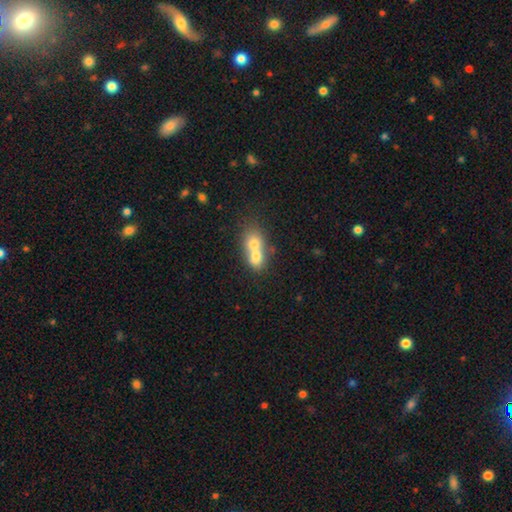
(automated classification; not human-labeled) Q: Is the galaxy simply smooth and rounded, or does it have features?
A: smooth — 67%.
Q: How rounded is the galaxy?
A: in between — 56%.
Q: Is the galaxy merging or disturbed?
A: merger — 77%.